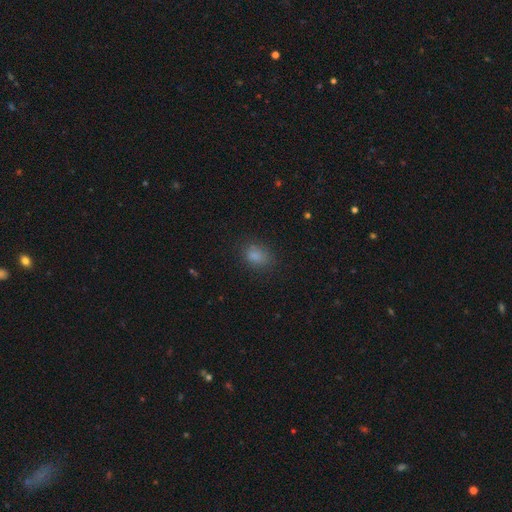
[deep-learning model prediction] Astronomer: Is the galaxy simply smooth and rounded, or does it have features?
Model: smooth — 82%.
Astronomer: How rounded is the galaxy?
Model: in between — 67%.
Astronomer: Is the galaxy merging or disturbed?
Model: none — 76%.